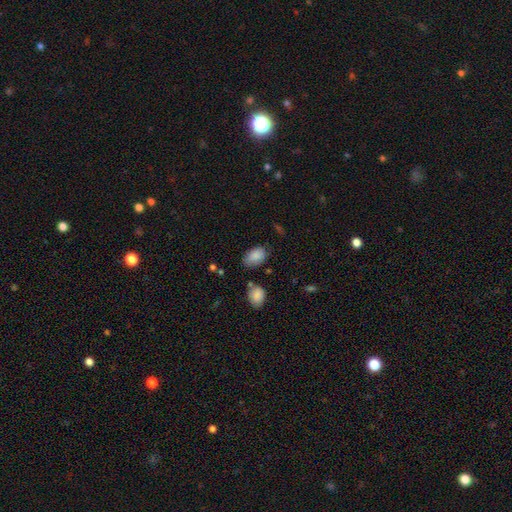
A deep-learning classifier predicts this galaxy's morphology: The model was most divided on "merging": none: 68%, minor disturbance: 23%, major disturbance: 5%, merger: 4%. More confident: how rounded — in between (88%); smooth or featured — smooth (86%).